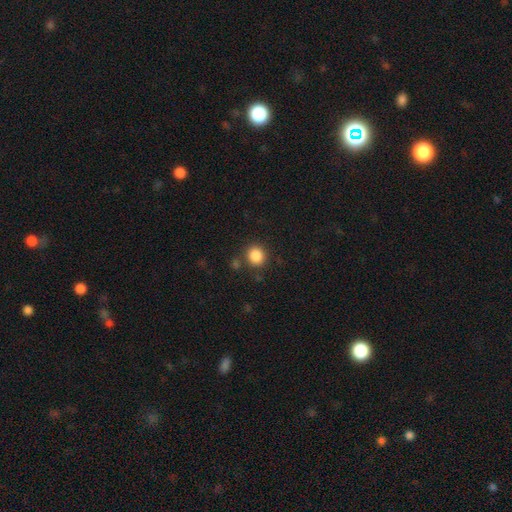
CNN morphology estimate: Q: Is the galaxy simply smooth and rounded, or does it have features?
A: smooth — 86%.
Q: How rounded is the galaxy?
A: round — 84%.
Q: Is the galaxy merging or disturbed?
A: none — 82%.